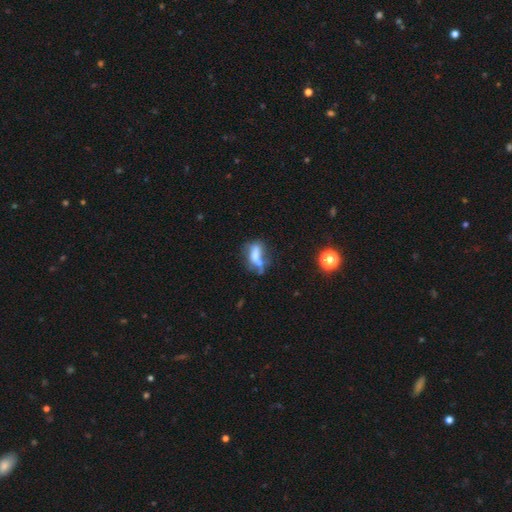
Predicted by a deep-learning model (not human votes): This is possibly a smooth galaxy (55%). How rounded: likely in between (71%). Merging: marginally merger (31%).